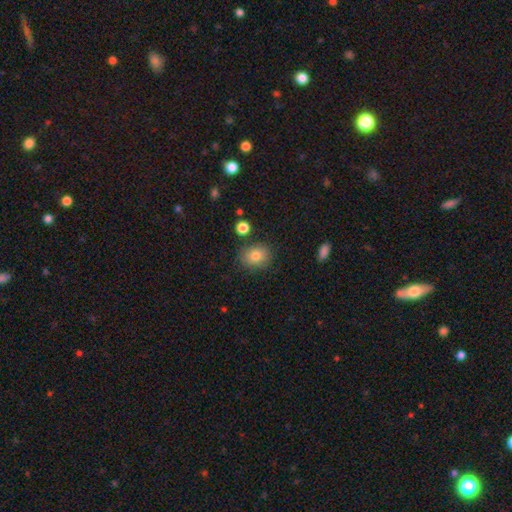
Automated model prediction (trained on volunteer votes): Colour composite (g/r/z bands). It shows a smooth galaxy with no disk features (82%) that is round (55%). Merging: none (83%).